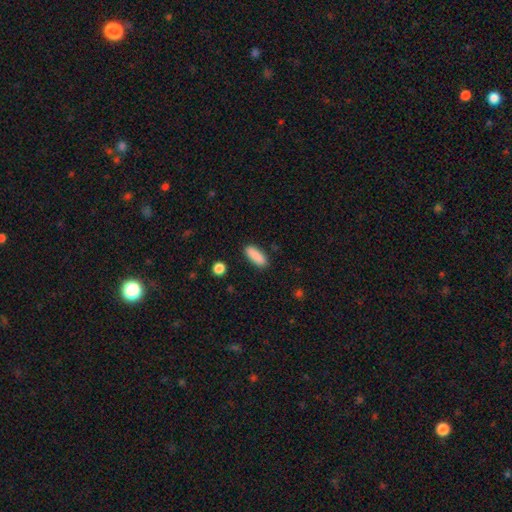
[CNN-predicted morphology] Smooth or featured?
  - smooth: 89% *
  - star or artifact: 6%
  - featured or disk: 4%
How rounded?
  - in between: 63% *
  - cigar-shaped: 35%
  - round: 2%
Merging?
  - none: 88% *
  - minor disturbance: 8%
  - major disturbance: 2%
  - merger: 1%